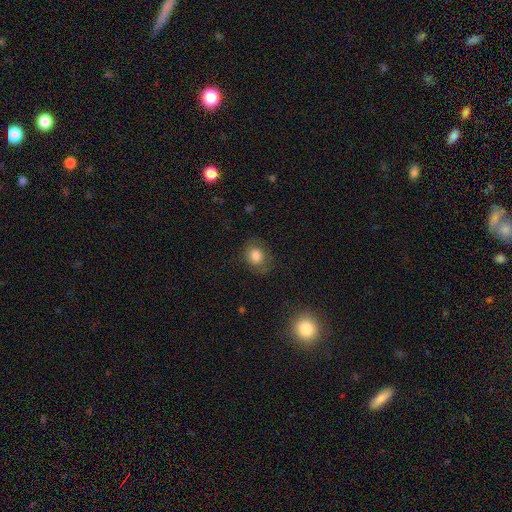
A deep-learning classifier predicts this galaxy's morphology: Smooth or featured? Predicted: smooth (p=0.80). How rounded? Predicted: round (p=0.62). Merging? Predicted: none (p=0.75).